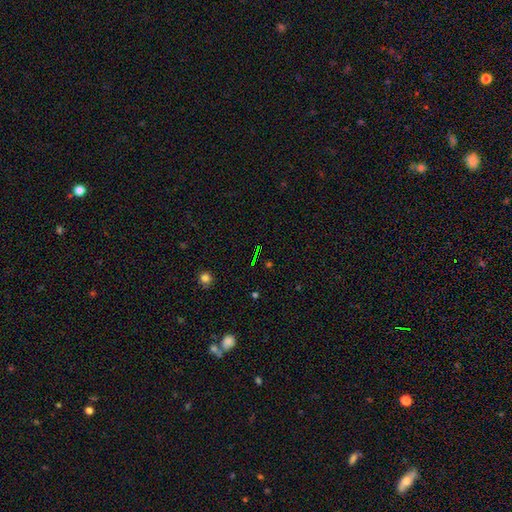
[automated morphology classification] star or artifact 71%, smooth 16%, featured or disk 12%.